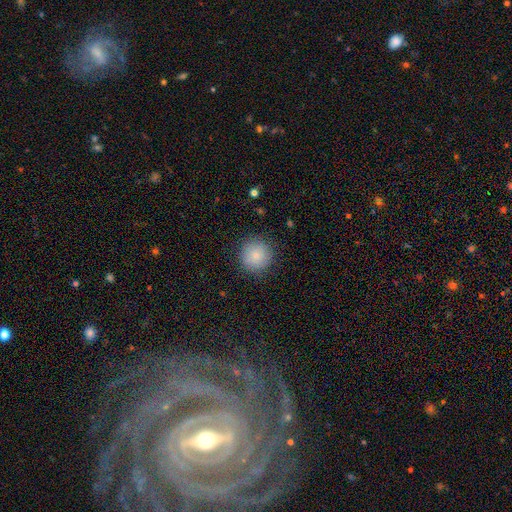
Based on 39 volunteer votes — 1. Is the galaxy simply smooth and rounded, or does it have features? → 92% smooth, 5% star or artifact, 3% featured or disk.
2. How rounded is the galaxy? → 97% round, 3% in between, 0% cigar-shaped.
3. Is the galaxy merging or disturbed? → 89% none, 8% minor disturbance, 3% major disturbance, 0% merger.